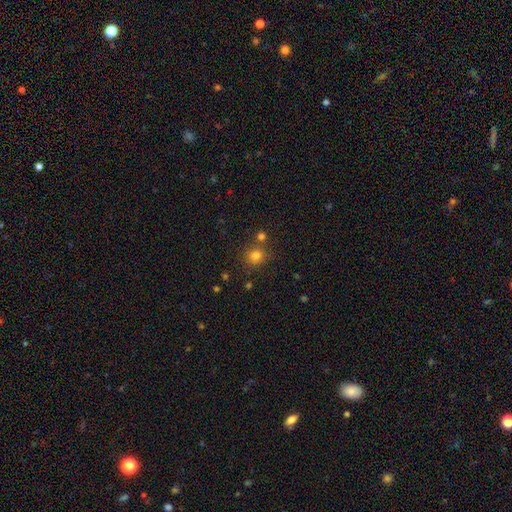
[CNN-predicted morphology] Smooth or featured: smooth — 78% (star or artifact — 15%)
How rounded: round — 87% (in between — 12%)
Merging: none — 71% (merger — 16%)